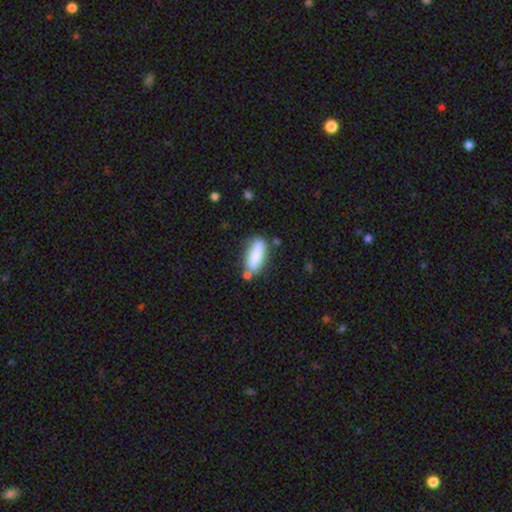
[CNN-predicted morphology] The model was most divided on "how rounded": in between: 63%, cigar-shaped: 35%, round: 2%. More confident: smooth or featured — smooth (83%); merging — none (67%).